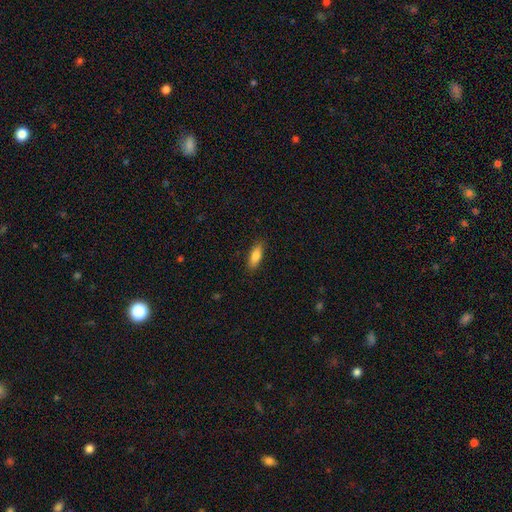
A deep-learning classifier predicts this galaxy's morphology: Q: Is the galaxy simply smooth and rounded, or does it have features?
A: smooth — 81%.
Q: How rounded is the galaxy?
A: in between — 66%.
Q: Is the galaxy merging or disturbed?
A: none — 87%.